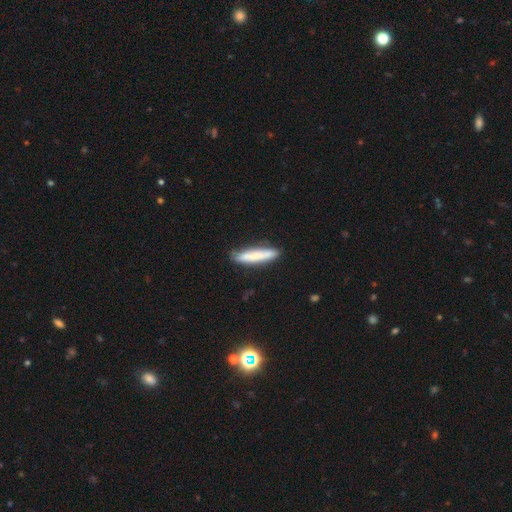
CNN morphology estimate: This is likely a smooth galaxy (75%). How rounded: clearly cigar-shaped (89%). Merging: clearly none (84%).